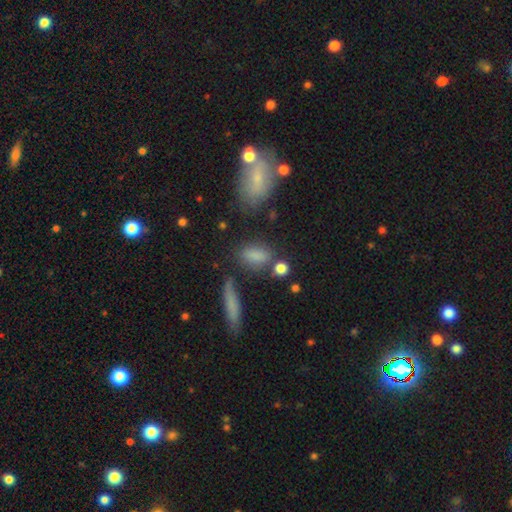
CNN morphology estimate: Overall: smooth (78%). How rounded: in between (71%). Merging: none (64%).